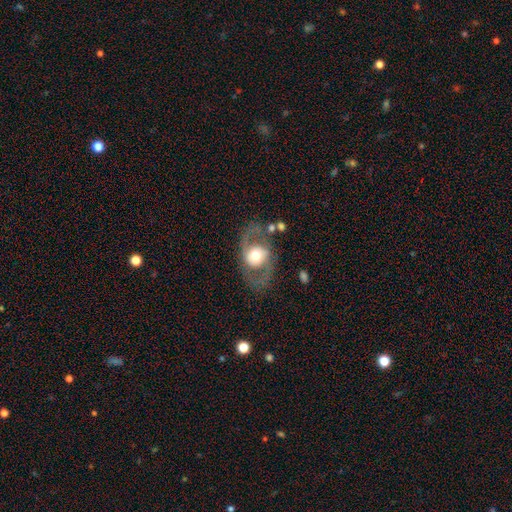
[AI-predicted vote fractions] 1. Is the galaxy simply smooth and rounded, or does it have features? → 69% featured or disk, 25% smooth, 6% star or artifact.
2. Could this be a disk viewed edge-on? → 94% no, 6% yes.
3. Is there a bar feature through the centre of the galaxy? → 66% no, 25% weak, 9% strong.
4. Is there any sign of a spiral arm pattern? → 64% yes, 36% no.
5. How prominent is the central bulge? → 52% moderate, 37% large, 5% small, 5% dominant, 1% none.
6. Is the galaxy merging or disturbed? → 71% none, 15% minor disturbance, 12% major disturbance, 3% merger.